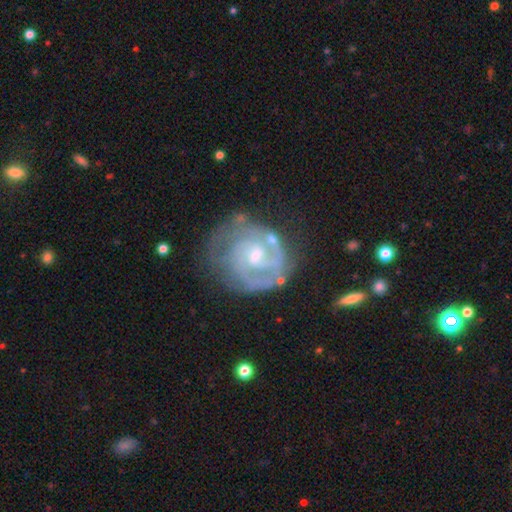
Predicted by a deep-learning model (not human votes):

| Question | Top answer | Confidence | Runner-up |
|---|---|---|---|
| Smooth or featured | featured or disk | 85% | smooth (9%) |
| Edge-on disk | no | 98% | yes (2%) |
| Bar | weak | 49% | no (41%) |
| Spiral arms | yes | 94% | no (6%) |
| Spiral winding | tight | 57% | medium (35%) |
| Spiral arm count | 2 | 47% | can't tell (21%) |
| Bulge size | small | 56% | moderate (38%) |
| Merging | none | 61% | minor disturbance (21%) |